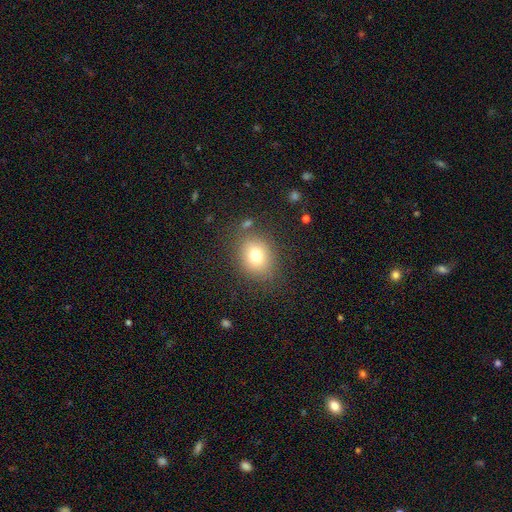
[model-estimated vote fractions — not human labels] Smooth or featured: smooth — 76% (star or artifact — 13%)
How rounded: round — 57% (in between — 42%)
Merging: none — 81% (minor disturbance — 11%)